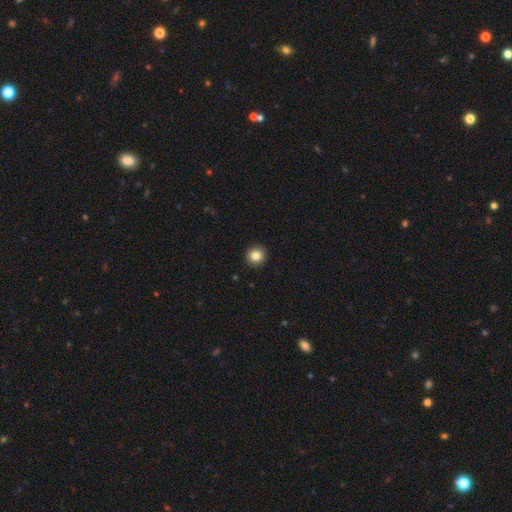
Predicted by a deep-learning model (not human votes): Overall: smooth (85%). How rounded: round (94%). Merging: none (93%).